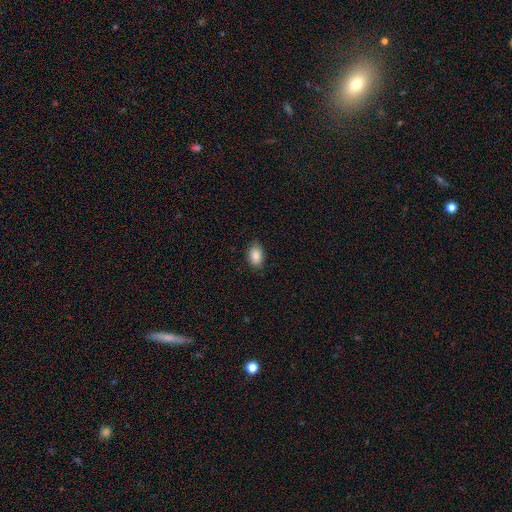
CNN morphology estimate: This appears to be a smooth galaxy with no disk features (87%) that is in between round and cigar-shaped (85%). Merging: none (81%).